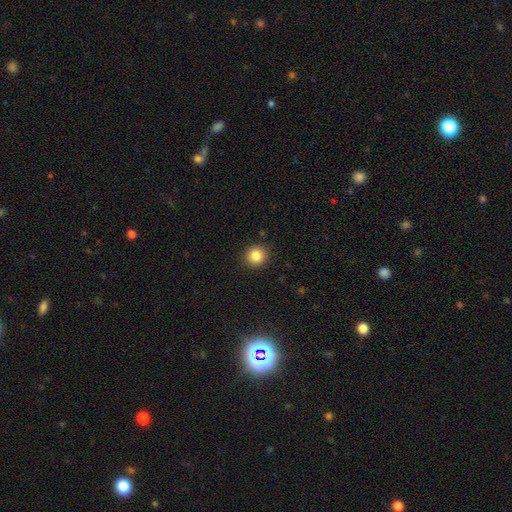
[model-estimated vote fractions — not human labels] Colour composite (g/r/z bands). It shows a smooth galaxy with no disk features (85%) that is round (90%). Merging: none (90%).